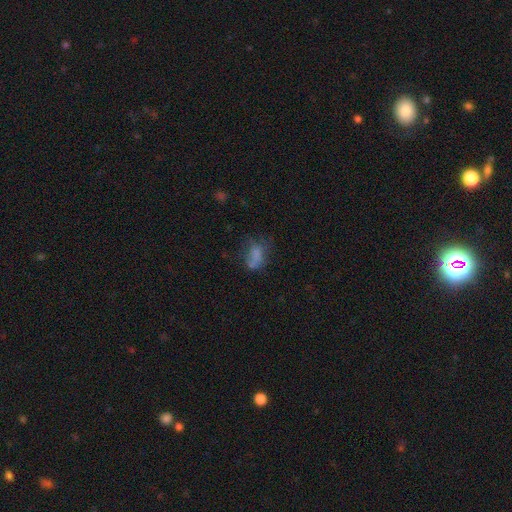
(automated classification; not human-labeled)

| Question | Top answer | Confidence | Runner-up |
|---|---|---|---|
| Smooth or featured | smooth | 66% | featured or disk (19%) |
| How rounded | in between | 84% | round (12%) |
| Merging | none | 35% | major disturbance (30%) |